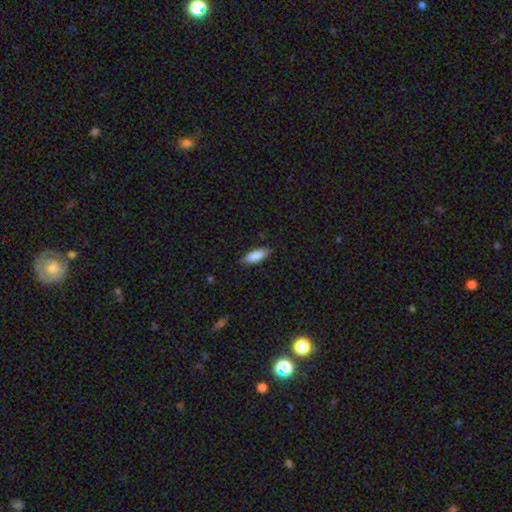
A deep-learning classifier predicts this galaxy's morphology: This is clearly a smooth galaxy (85%). How rounded: likely in between (68%). Merging: clearly none (85%).